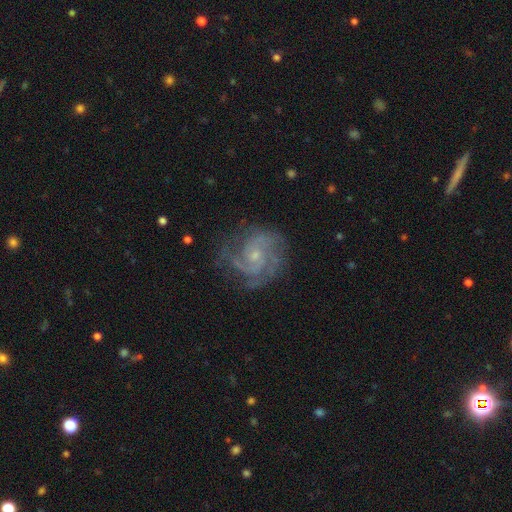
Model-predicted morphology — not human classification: Q: Smooth or featured?
A: featured or disk (89%); runner-up: star or artifact (6%)
Q: Edge-on disk?
A: no (98%); runner-up: yes (2%)
Q: Bar?
A: no (66%); runner-up: weak (29%)
Q: Spiral arms?
A: yes (98%); runner-up: no (2%)
Q: Spiral winding?
A: tight (52%); runner-up: medium (41%)
Q: Spiral arm count?
A: 2 (37%); runner-up: 3 (33%)
Q: Bulge size?
A: small (71%); runner-up: moderate (23%)
Q: Merging?
A: none (74%); runner-up: minor disturbance (17%)